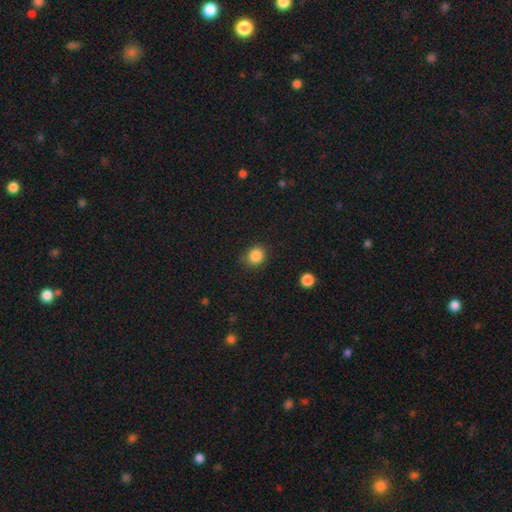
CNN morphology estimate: Overall: smooth (86%). How rounded: round (81%). Merging: none (81%).